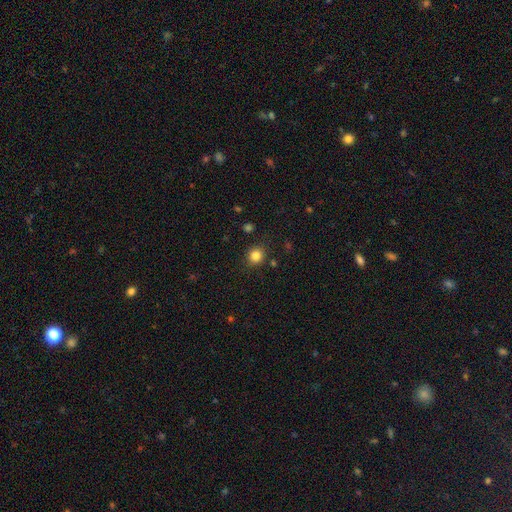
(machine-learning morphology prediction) A smooth galaxy with no disk features (84%) that is round (86%).

Vote fractions:
- Smooth or featured? smooth: 84% / star or artifact: 12% / featured or disk: 5%
- How rounded? round: 86% / in between: 13% / cigar-shaped: 1%
- Merging? none: 87% / minor disturbance: 8% / major disturbance: 3% / merger: 2%